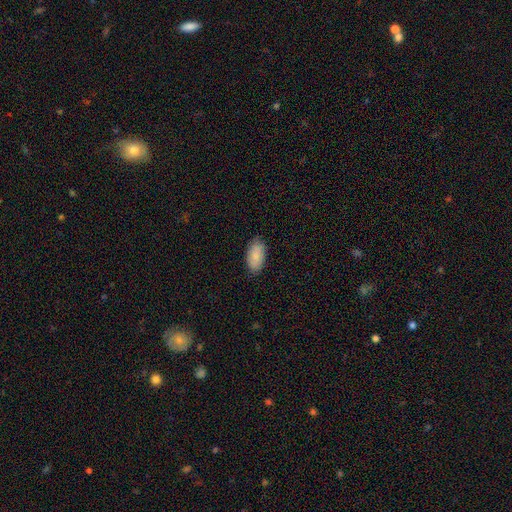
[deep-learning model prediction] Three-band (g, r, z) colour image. It shows a smooth galaxy with no disk features (85%) that is in between round and cigar-shaped (95%). Merging: none (84%).